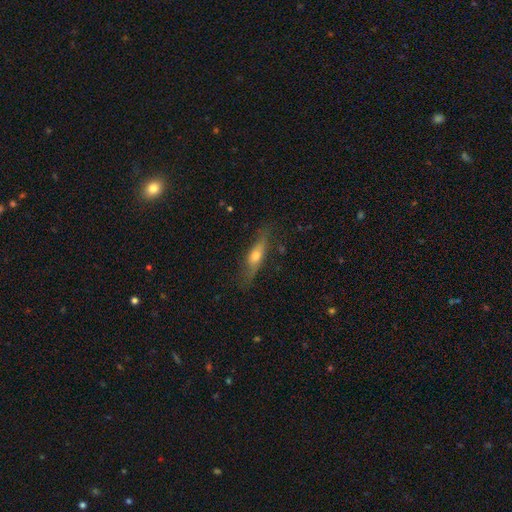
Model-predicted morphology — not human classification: The model was most divided on "smooth or featured": featured or disk: 50%, smooth: 43%, star or artifact: 7%. More confident: edge-on disk — yes (82%); merging — none (77%).